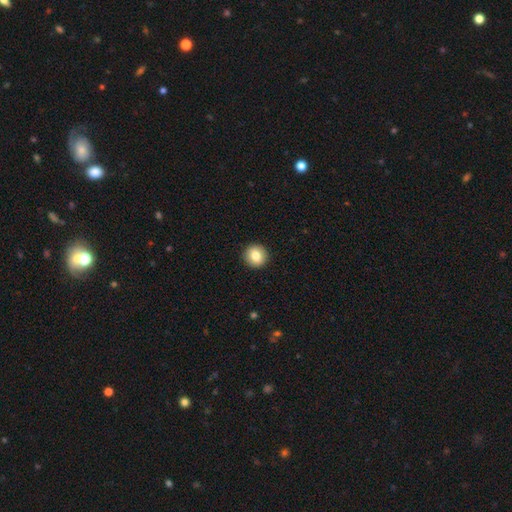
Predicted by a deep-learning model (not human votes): This appears to be a smooth galaxy with no disk features (81%) that is round (93%). Merging: none (93%).